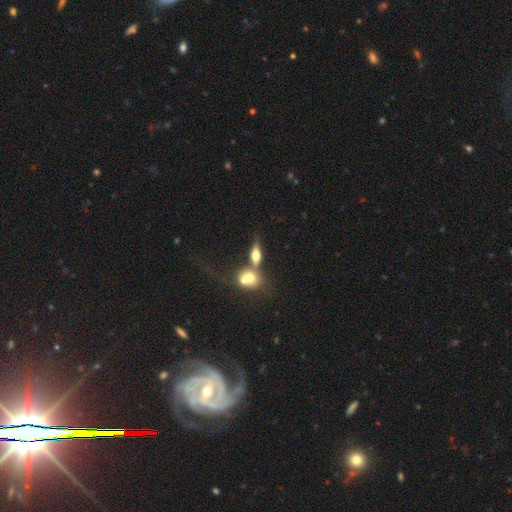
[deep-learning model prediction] Morphology: type=smooth (55%); roundness=in between (63%); merging=merger (52%).